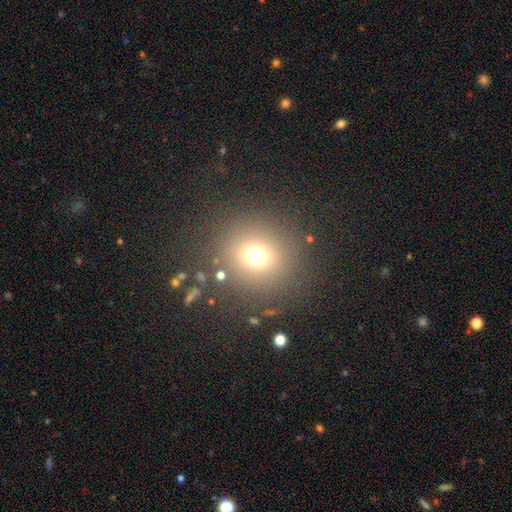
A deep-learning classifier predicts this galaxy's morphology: smooth_or_featured: smooth (p=0.71) [alt: star or artifact p=0.20]
how_rounded: round (p=0.89) [alt: in between p=0.10]
merging: none (p=0.83) [alt: minor disturbance p=0.08]